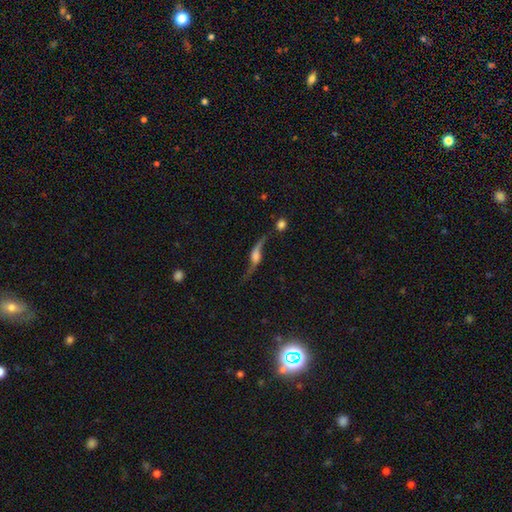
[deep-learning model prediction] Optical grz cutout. It shows a featured or disk galaxy (77%) with no bar (54%), spiral arms (91%) and a large central bulge (26%). Merging: none (55%).